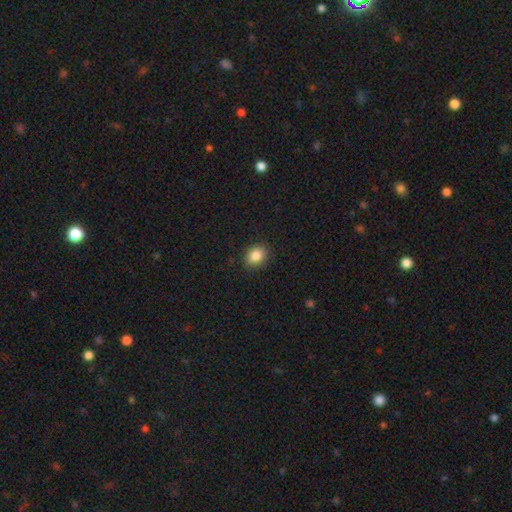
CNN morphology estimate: A smooth galaxy with no disk features (86%) that is in between round and cigar-shaped (57%). Merging: none (88%).